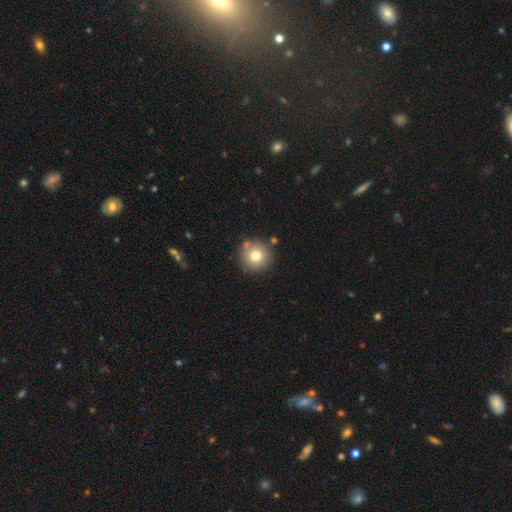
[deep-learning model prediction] The model was most divided on "smooth or featured": smooth: 76%, featured or disk: 13%, star or artifact: 11%. More confident: how rounded — round (95%); merging — none (81%).